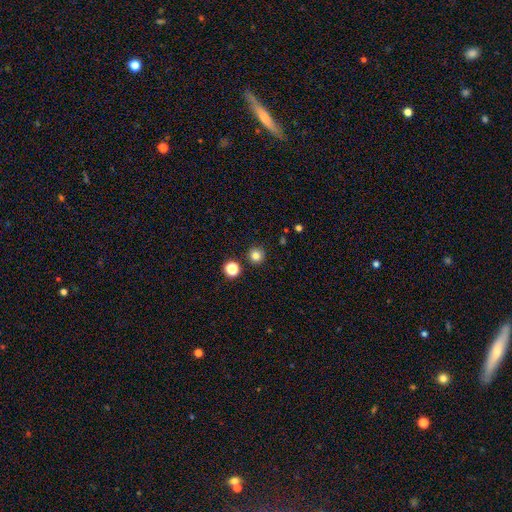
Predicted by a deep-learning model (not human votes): Q: Smooth or featured?
A: smooth (82%); runner-up: star or artifact (14%)
Q: How rounded?
A: round (95%); runner-up: in between (4%)
Q: Merging?
A: none (89%); runner-up: minor disturbance (6%)